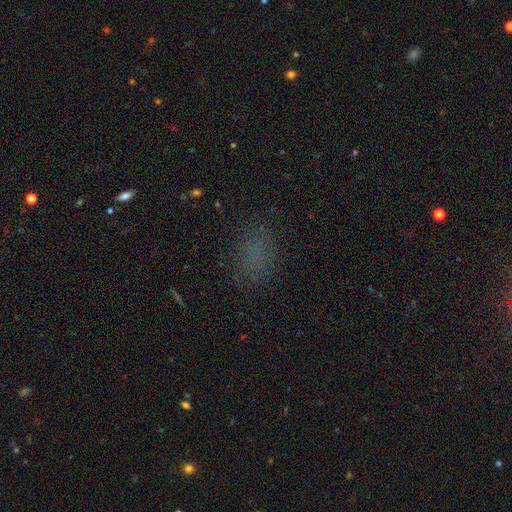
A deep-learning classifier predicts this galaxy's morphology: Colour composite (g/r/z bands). It shows a smooth galaxy with no disk features (67%) that is in between round and cigar-shaped (73%). Merging: none (79%).